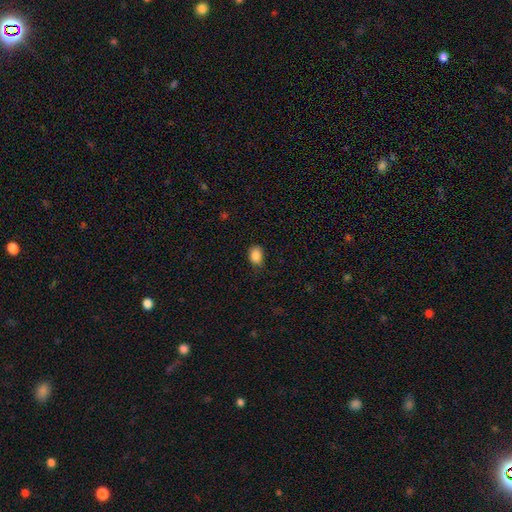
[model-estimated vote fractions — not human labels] This is clearly a smooth galaxy (87%). How rounded: likely in between (71%). Merging: likely none (77%).